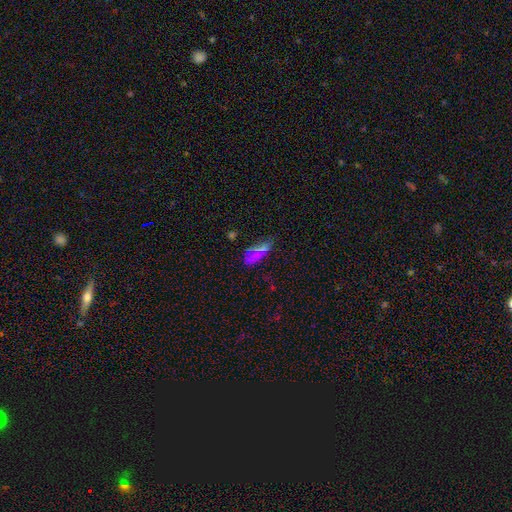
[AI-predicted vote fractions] Overall: smooth (57%; star or artifact 29%). How rounded: in between (72%). Merging: none (60%; minor disturbance 21%).